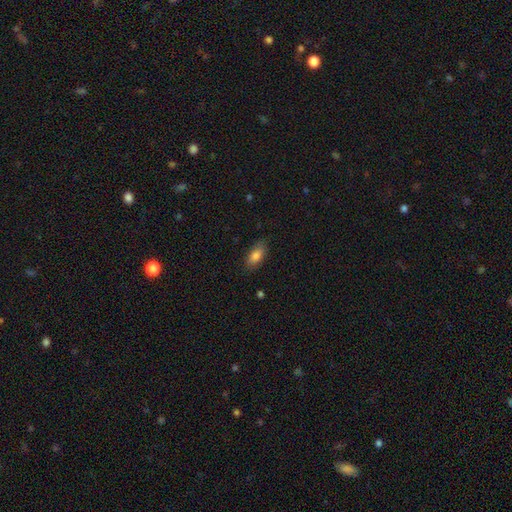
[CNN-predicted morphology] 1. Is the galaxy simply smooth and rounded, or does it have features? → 82% smooth, 10% featured or disk, 7% star or artifact.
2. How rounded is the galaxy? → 87% in between, 10% cigar-shaped, 4% round.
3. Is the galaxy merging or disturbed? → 84% none, 12% minor disturbance, 3% major disturbance, 1% merger.